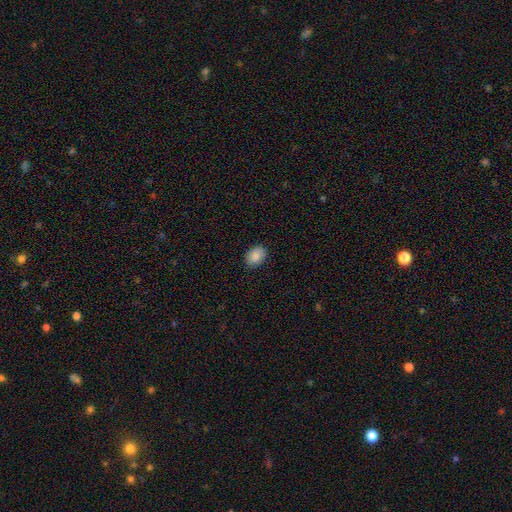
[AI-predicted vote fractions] Smooth or featured?
  - smooth: 87% *
  - star or artifact: 7%
  - featured or disk: 5%
How rounded?
  - in between: 76% *
  - round: 23%
  - cigar-shaped: 1%
Merging?
  - none: 88% *
  - minor disturbance: 9%
  - major disturbance: 2%
  - merger: 1%